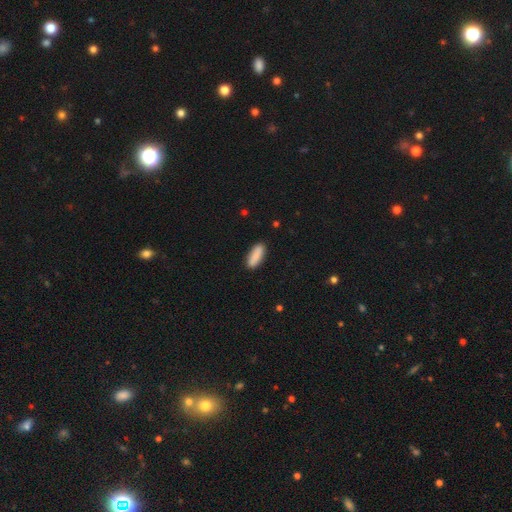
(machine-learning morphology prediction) A smooth galaxy with no disk features (89%) that is in between round and cigar-shaped (58%). Merging: none (87%).